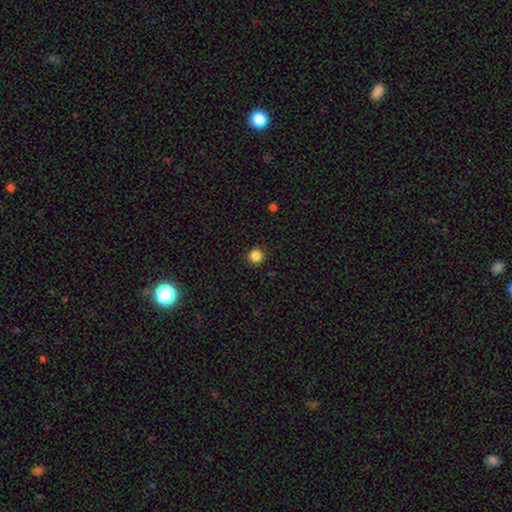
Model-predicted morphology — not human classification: smooth-or-featured: smooth: 85% | star or artifact: 12% | featured or disk: 3%
  how-rounded: round: 95% | in between: 4% | cigar-shaped: 1%
  merging: none: 93% | minor disturbance: 5% | major disturbance: 2% | merger: 1%